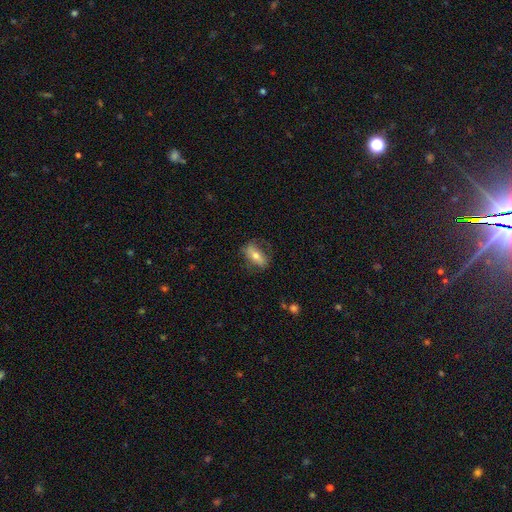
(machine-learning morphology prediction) smooth-or-featured: smooth: 52% | featured or disk: 40% | star or artifact: 8%
  how-rounded: in between: 74% | cigar-shaped: 19% | round: 7%
  merging: none: 66% | minor disturbance: 21% | major disturbance: 11% | merger: 2%